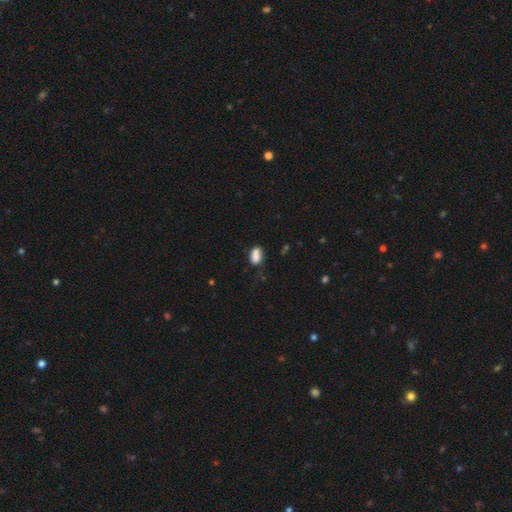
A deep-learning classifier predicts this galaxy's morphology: smooth-or-featured: smooth: 84% | star or artifact: 9% | featured or disk: 7%
  how-rounded: in between: 89% | round: 8% | cigar-shaped: 3%
  merging: none: 54% | minor disturbance: 32% | major disturbance: 9% | merger: 6%